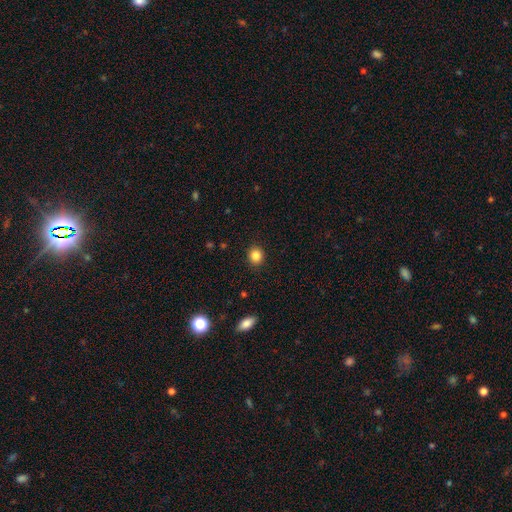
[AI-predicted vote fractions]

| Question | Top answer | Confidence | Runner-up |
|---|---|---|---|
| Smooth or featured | smooth | 85% | star or artifact (11%) |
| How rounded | round | 80% | in between (19%) |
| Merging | none | 90% | minor disturbance (6%) |